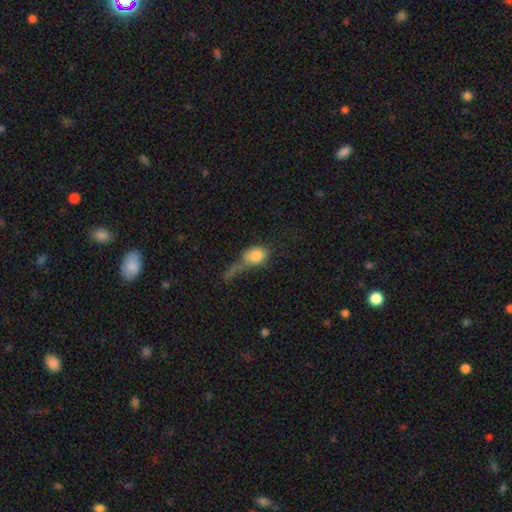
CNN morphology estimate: Smooth or featured? smooth (75%)
How rounded? in between (53%)
Merging? major disturbance (43%)